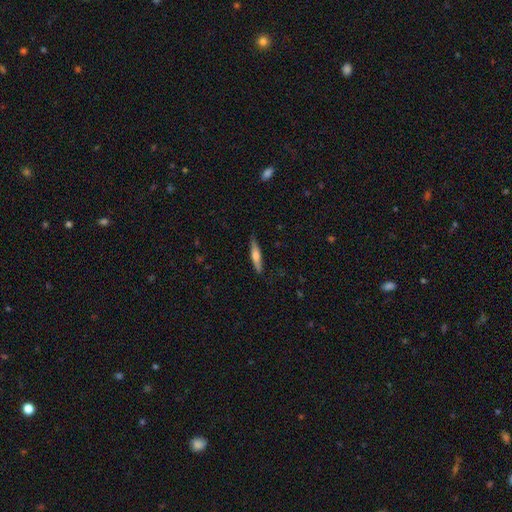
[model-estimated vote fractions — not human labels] This appears to be a smooth galaxy with no disk features (52%) that is cigar-shaped (86%). Merging: none (85%).